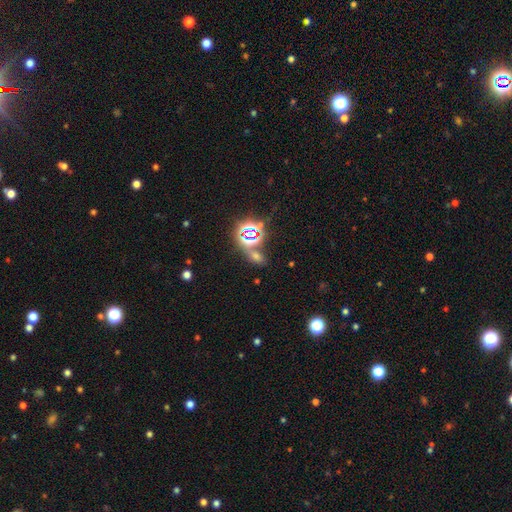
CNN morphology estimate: Overall: star or artifact (54%; smooth 36%).